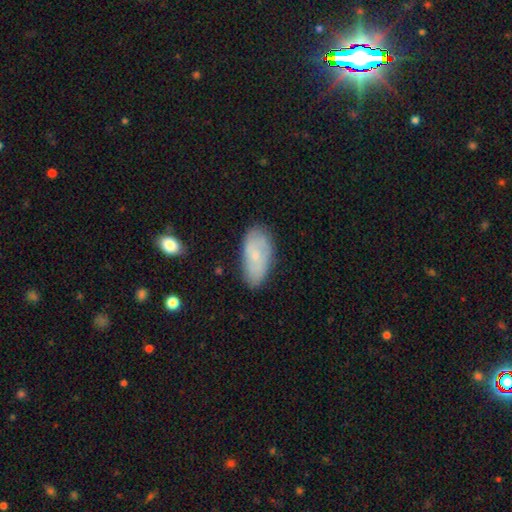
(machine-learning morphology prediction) A smooth galaxy with no disk features (59%) that is in between round and cigar-shaped (91%).

Vote fractions:
- Smooth or featured? smooth: 59% / featured or disk: 34% / star or artifact: 7%
- How rounded? in between: 91% / cigar-shaped: 6% / round: 3%
- Merging? none: 74% / minor disturbance: 20% / major disturbance: 4% / merger: 2%